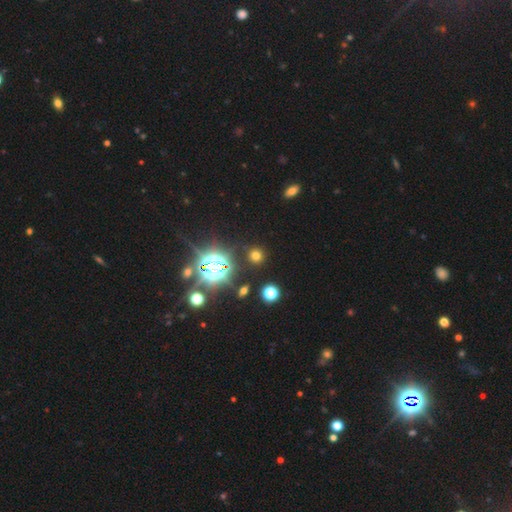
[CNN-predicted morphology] smooth 56%, star or artifact 36%, featured or disk 7%. Down the decision tree: how rounded — round (88%); merging — none (87%).